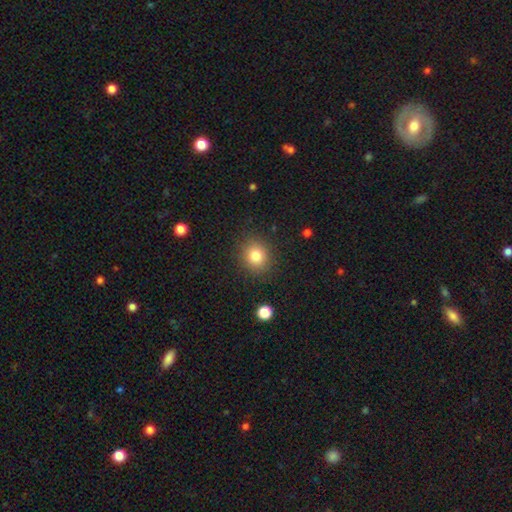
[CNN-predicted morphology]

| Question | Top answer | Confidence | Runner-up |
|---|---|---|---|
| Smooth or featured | smooth | 81% | star or artifact (11%) |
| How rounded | round | 79% | in between (20%) |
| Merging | none | 88% | minor disturbance (8%) |